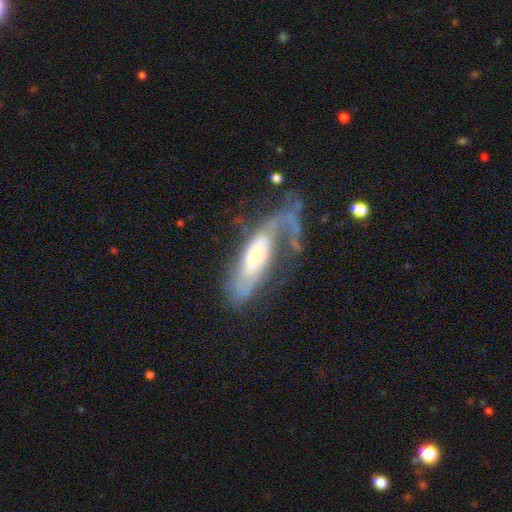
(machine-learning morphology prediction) This is likely a featured or disk galaxy (67%). It is likely not viewed edge-on (79%). Bar: possibly no (50%). Spiral arm pattern: clearly yes (80%). Central bulge: marginally moderate (35%). Merging: marginally major disturbance (43%).